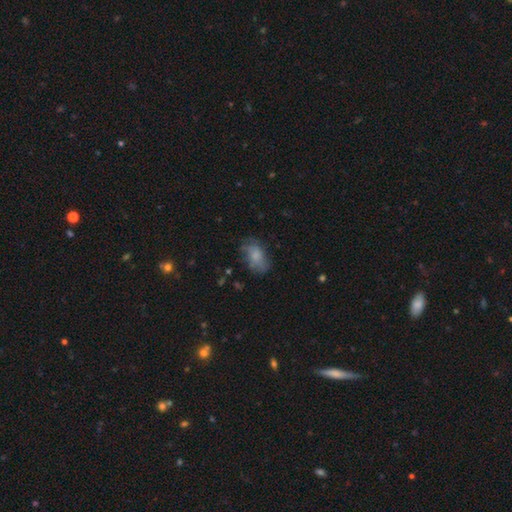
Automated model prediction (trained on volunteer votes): smooth-or-featured: smooth: 71% | featured or disk: 21% | star or artifact: 8%
  how-rounded: in between: 89% | round: 9% | cigar-shaped: 2%
  merging: none: 58% | minor disturbance: 28% | major disturbance: 13% | merger: 2%